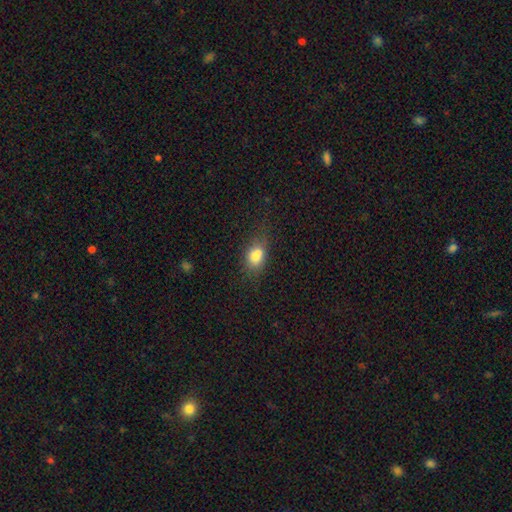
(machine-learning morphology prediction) smooth-or-featured: smooth: 78% | featured or disk: 11% | star or artifact: 11%
  how-rounded: in between: 70% | round: 27% | cigar-shaped: 3%
  merging: none: 46% | minor disturbance: 24% | merger: 21% | major disturbance: 10%